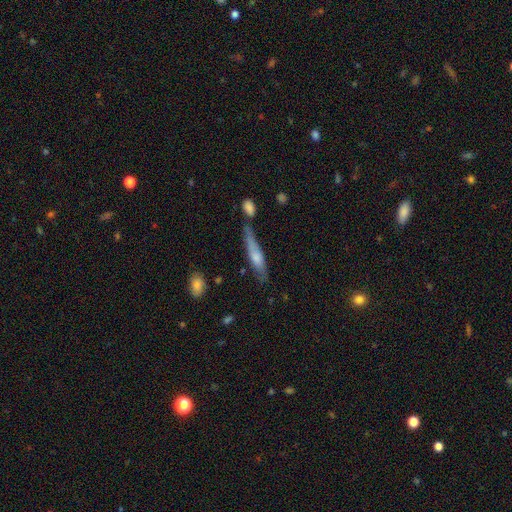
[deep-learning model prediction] Q: Smooth or featured?
A: smooth (59%); runner-up: featured or disk (35%)
Q: How rounded?
A: cigar-shaped (84%); runner-up: in between (14%)
Q: Merging?
A: none (51%); runner-up: minor disturbance (26%)